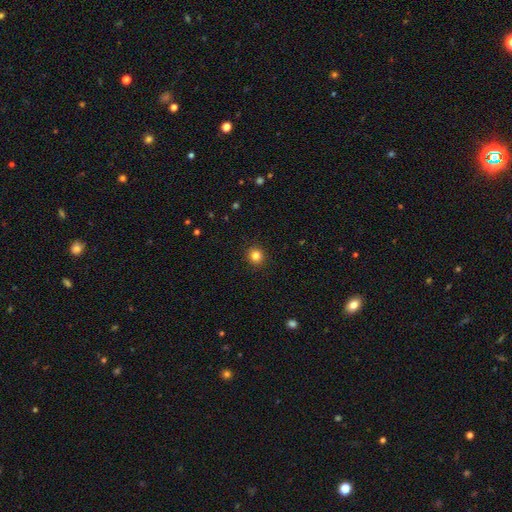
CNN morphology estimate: smooth_or_featured: smooth (p=0.83) [alt: star or artifact p=0.12]
how_rounded: round (p=0.92) [alt: in between p=0.07]
merging: none (p=0.92) [alt: minor disturbance p=0.05]